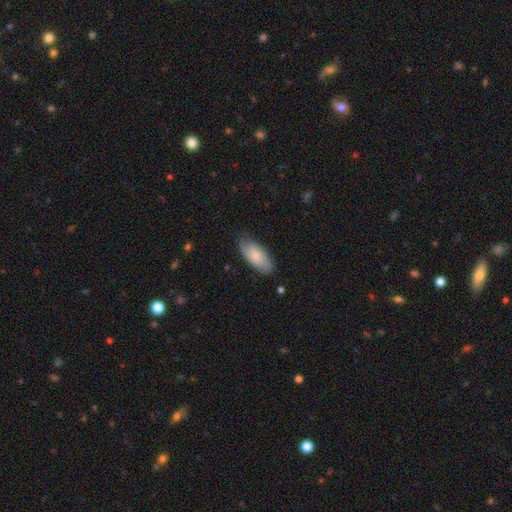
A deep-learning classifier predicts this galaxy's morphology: This appears to be a smooth galaxy with no disk features (80%) that is in between round and cigar-shaped (88%). Merging: none (78%).